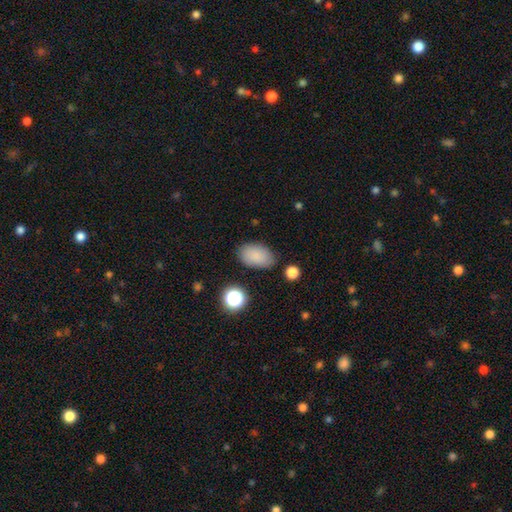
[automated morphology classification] smooth 85%, star or artifact 9%, featured or disk 6%. Down the decision tree: how rounded — in between (91%); merging — none (82%).